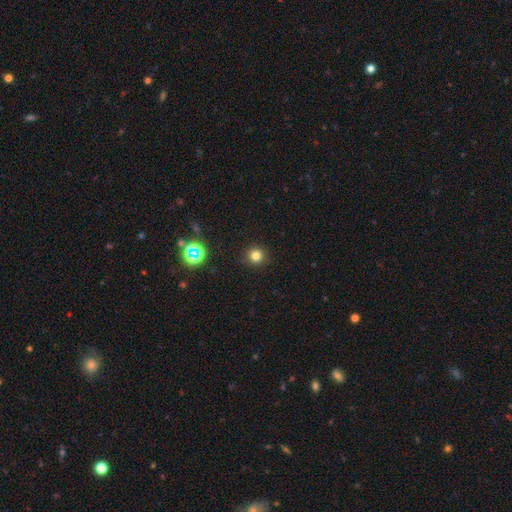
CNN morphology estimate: A smooth galaxy with no disk features (78%) that is round (94%).

Vote fractions:
- Smooth or featured? smooth: 78% / star or artifact: 16% / featured or disk: 5%
- How rounded? round: 94% / in between: 5% / cigar-shaped: 1%
- Merging? none: 91% / minor disturbance: 6% / major disturbance: 2% / merger: 1%